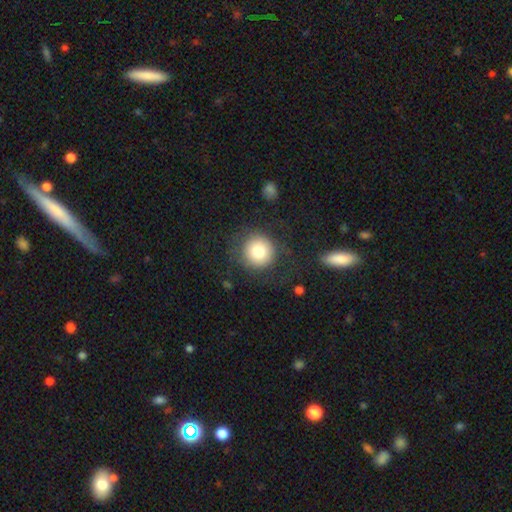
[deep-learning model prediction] Smooth or featured: smooth — 77% (featured or disk — 12%)
How rounded: round — 91% (in between — 8%)
Merging: none — 81% (minor disturbance — 11%)